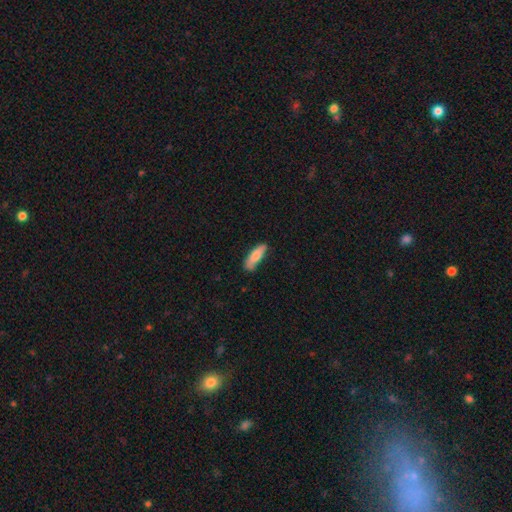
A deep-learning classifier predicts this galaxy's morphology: This is likely a smooth galaxy (80%). How rounded: possibly cigar-shaped (54%). Merging: likely none (66%).